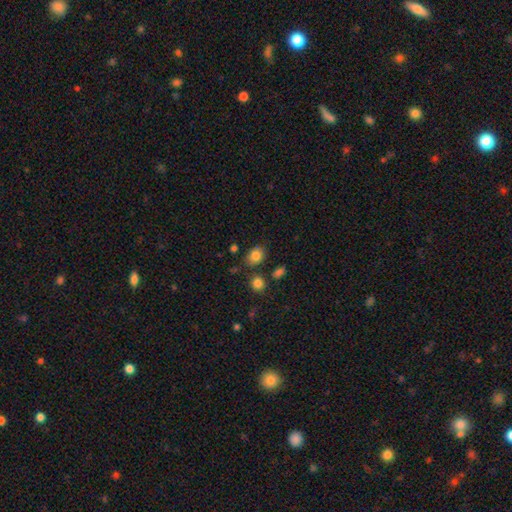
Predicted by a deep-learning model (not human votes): smooth_or_featured: smooth (p=0.82) [alt: star or artifact p=0.10]
how_rounded: in between (p=0.60) [alt: round p=0.39]
merging: none (p=0.76) [alt: minor disturbance p=0.13]